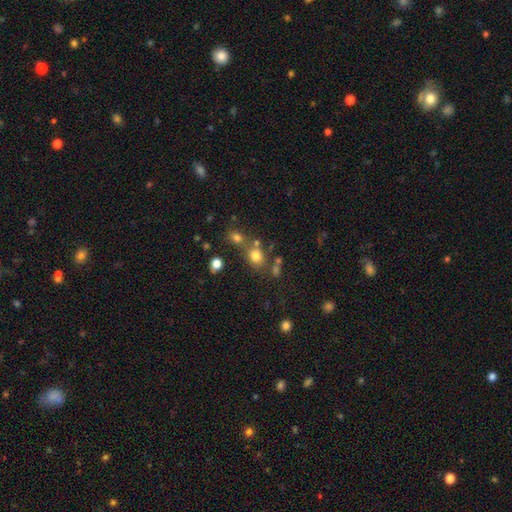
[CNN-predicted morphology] A smooth galaxy with no disk features (74%) that is round (61%). Merging: none (56%).